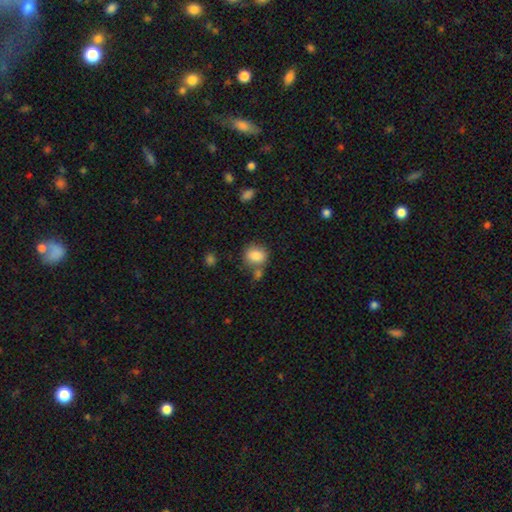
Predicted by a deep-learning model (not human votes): smooth-or-featured: smooth: 84% | star or artifact: 9% | featured or disk: 7%
  how-rounded: round: 65% | in between: 34% | cigar-shaped: 1%
  merging: none: 63% | merger: 18% | minor disturbance: 14% | major disturbance: 5%